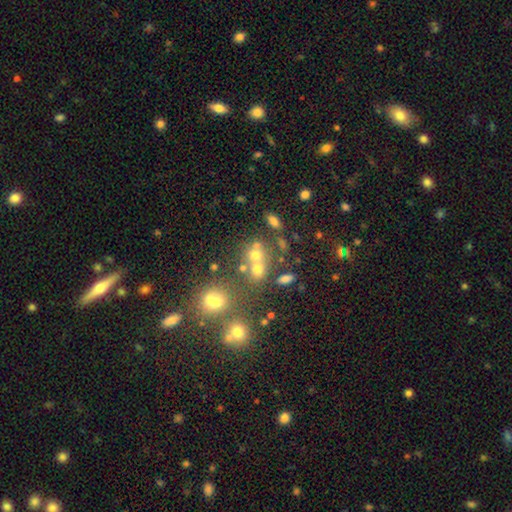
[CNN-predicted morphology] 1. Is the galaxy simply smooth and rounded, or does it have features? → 57% smooth, 25% star or artifact, 18% featured or disk.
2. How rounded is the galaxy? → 68% round, 30% in between, 2% cigar-shaped.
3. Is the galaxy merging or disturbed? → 46% none, 38% merger, 10% minor disturbance, 6% major disturbance.